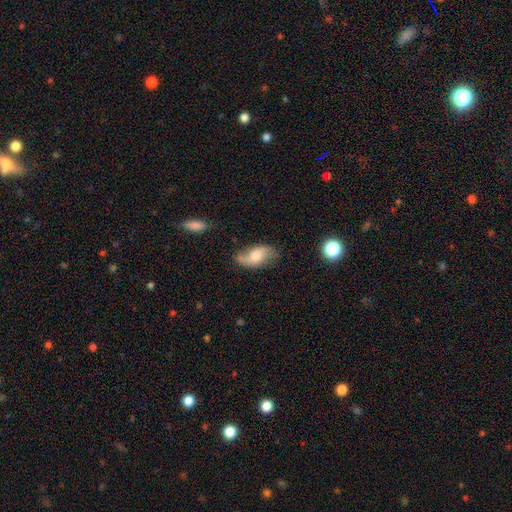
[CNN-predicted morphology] Smooth or featured? featured or disk (54%)
Edge-on disk? no (93%)
Bar? no (61%)
Spiral arms? yes (88%)
Bulge size? moderate (48%)
Merging? none (62%)